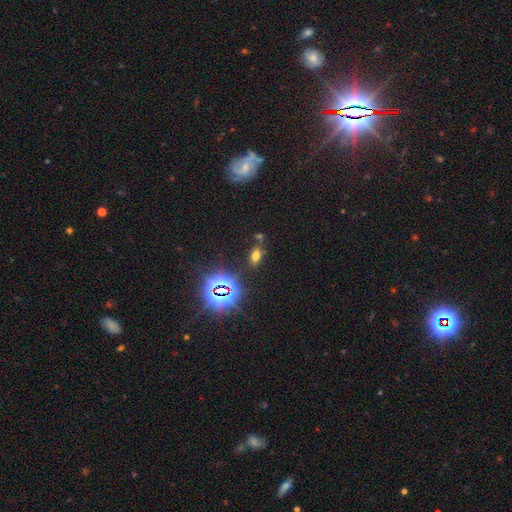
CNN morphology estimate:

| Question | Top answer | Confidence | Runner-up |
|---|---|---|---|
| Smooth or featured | smooth | 54% | star or artifact (36%) |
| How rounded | in between | 84% | round (9%) |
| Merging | none | 75% | minor disturbance (11%) |